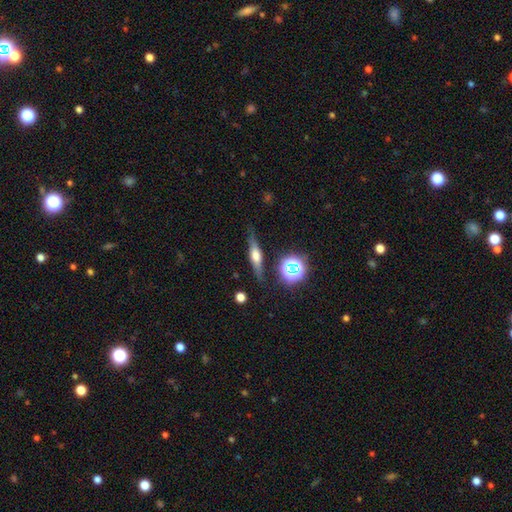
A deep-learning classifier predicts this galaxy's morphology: A featured or disk galaxy (54%) viewed edge-on (92%).

Vote fractions:
- Smooth or featured? featured or disk: 54% / smooth: 35% / star or artifact: 11%
- Edge-on disk? yes: 92% / no: 8%
- Merging? none: 81% / minor disturbance: 13% / major disturbance: 4% / merger: 3%